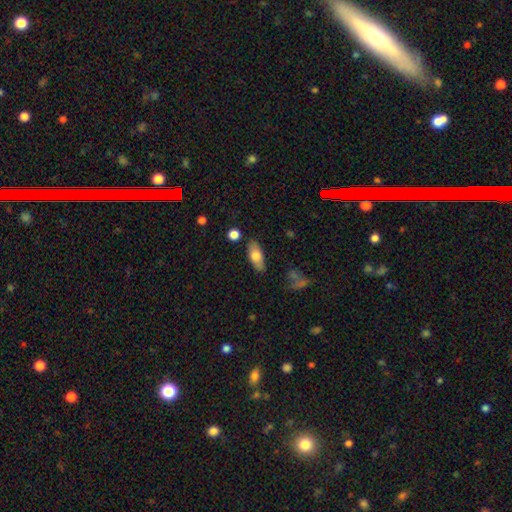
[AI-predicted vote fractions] smooth 72%, featured or disk 22%, star or artifact 6%. Down the decision tree: how rounded — in between (84%); merging — none (83%).